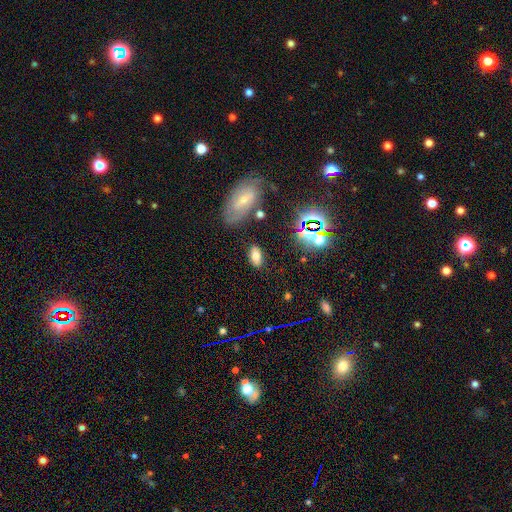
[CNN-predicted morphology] Overall: smooth (66%). How rounded: in between (89%). Merging: none (82%).